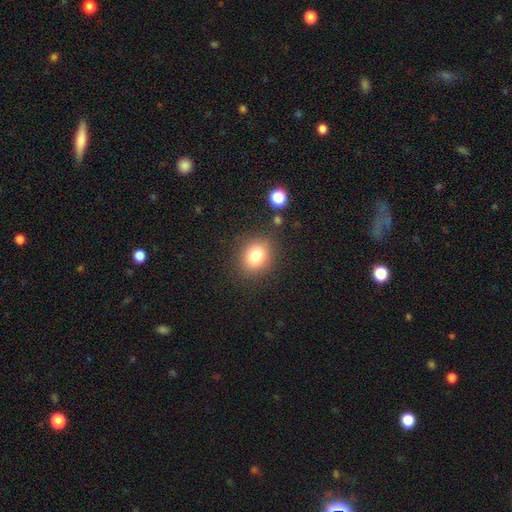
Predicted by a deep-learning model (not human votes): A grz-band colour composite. It shows a smooth galaxy with no disk features (80%) that is round (63%). Merging: none (84%).